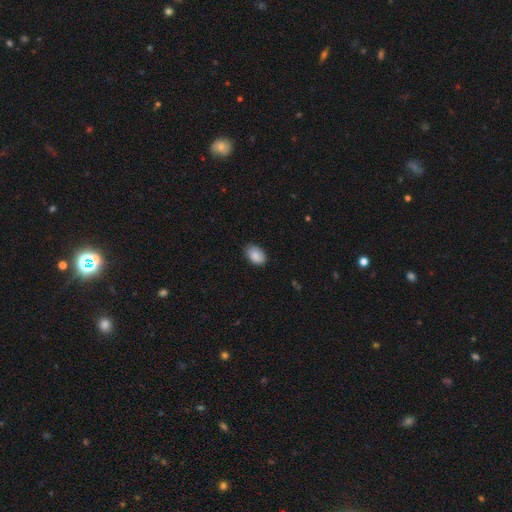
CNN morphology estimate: Smooth or featured? Predicted: smooth (p=0.89). How rounded? Predicted: in between (p=0.87). Merging? Predicted: none (p=0.83).